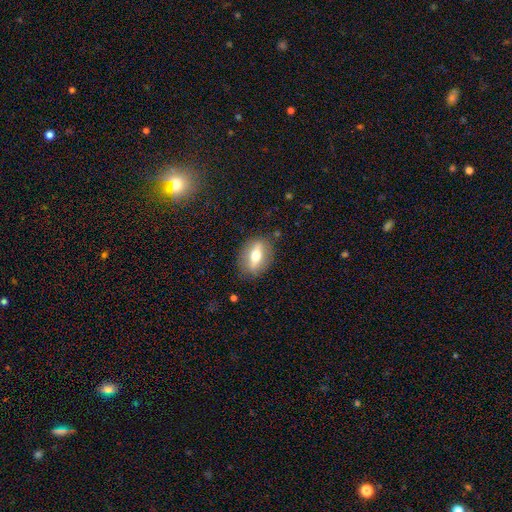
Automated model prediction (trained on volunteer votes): smooth_or_featured: featured or disk (p=0.47) [alt: smooth p=0.46]
merging: none (p=0.83) [alt: minor disturbance p=0.12]